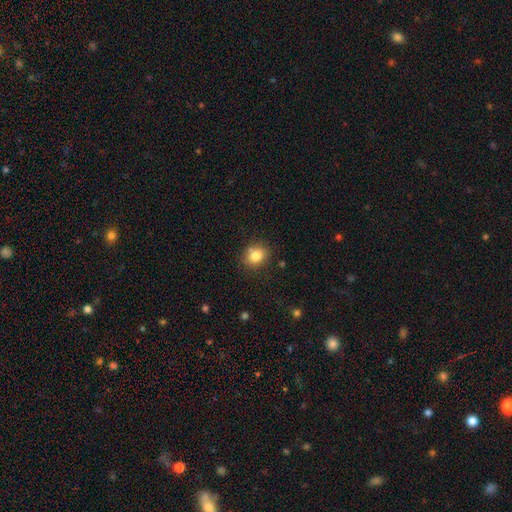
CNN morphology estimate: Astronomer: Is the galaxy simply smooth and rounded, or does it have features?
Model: smooth — 81%.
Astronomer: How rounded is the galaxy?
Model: round — 60% (runner-up: in between, 39%).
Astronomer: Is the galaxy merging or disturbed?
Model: none — 78%.